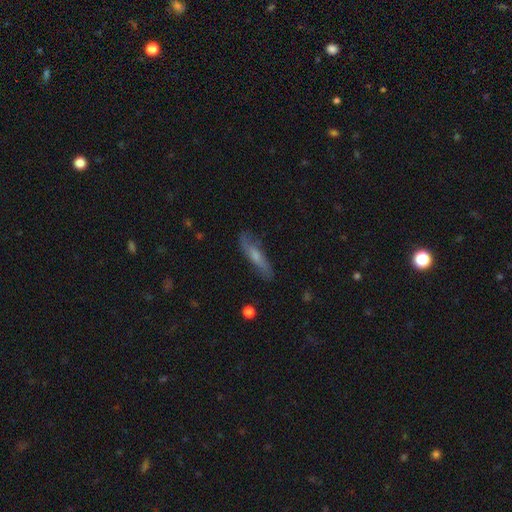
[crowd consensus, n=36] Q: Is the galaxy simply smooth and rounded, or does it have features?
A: featured or disk — 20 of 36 (56%).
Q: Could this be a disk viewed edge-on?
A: yes — 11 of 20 (55%).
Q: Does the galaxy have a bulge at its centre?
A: rounded — 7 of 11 (64%).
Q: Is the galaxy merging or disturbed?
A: none — 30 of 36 (83%).